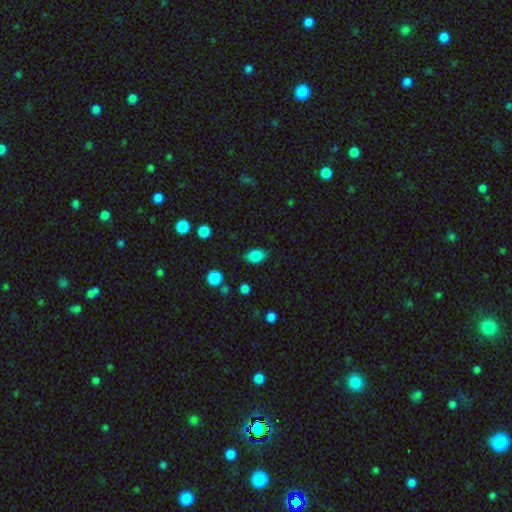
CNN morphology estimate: Smooth or featured: smooth — 85% (star or artifact — 9%)
How rounded: in between — 83% (round — 14%)
Merging: none — 77% (minor disturbance — 17%)